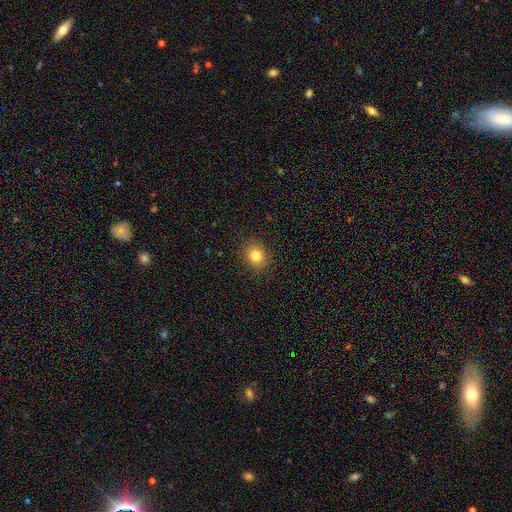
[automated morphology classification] smooth 81%, star or artifact 12%, featured or disk 7%. Down the decision tree: how rounded — round (73%); merging — none (90%).